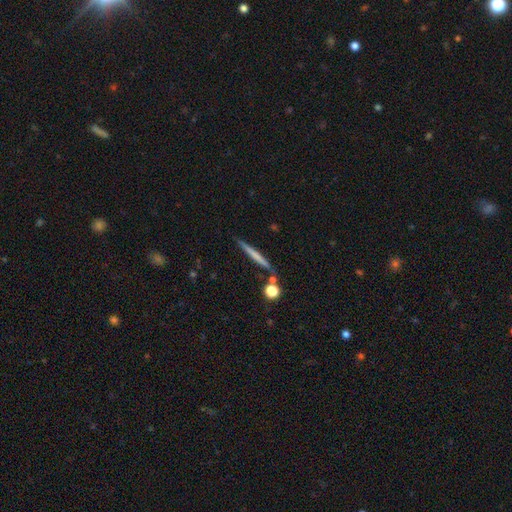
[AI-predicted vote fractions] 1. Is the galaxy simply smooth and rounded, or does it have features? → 55% smooth, 39% featured or disk, 6% star or artifact.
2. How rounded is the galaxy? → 95% cigar-shaped, 3% in between, 3% round.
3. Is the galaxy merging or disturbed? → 84% none, 9% minor disturbance, 5% merger, 2% major disturbance.